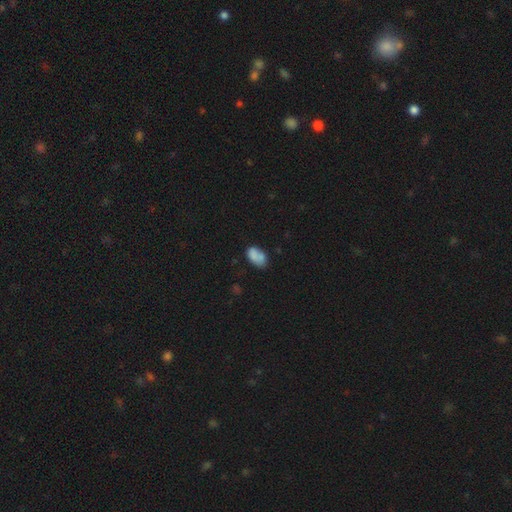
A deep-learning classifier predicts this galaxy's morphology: Smooth or featured? Predicted: smooth (p=0.74). How rounded? Predicted: in between (p=0.88). Merging? Predicted: none (p=0.44).